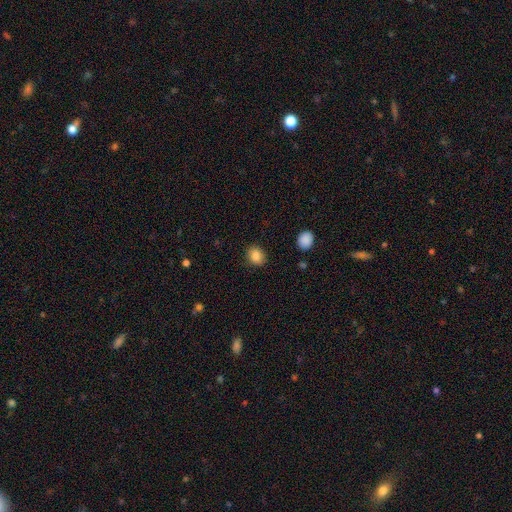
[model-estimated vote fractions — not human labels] This appears to be a smooth galaxy with no disk features (86%) that is round (59%). Merging: none (87%).